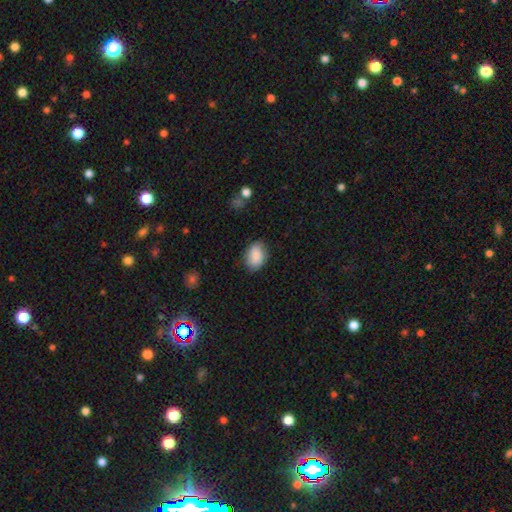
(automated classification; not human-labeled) Q: Smooth or featured?
A: smooth (87%); runner-up: star or artifact (7%)
Q: How rounded?
A: in between (81%); runner-up: round (18%)
Q: Merging?
A: none (76%); runner-up: minor disturbance (18%)